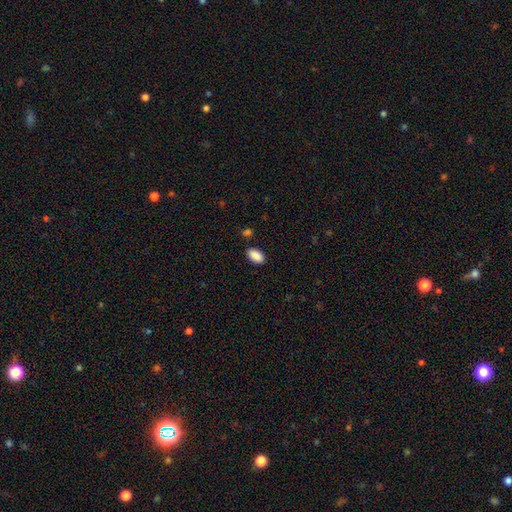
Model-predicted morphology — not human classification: type=smooth (90%); roundness=in between (93%); merging=none (86%).